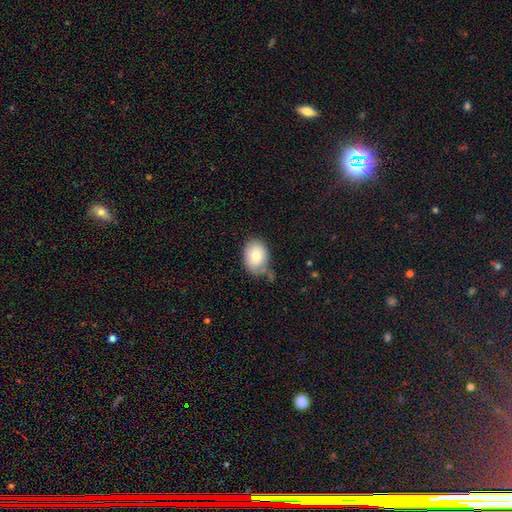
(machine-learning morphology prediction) Smooth or featured?
  - smooth: 80% *
  - featured or disk: 12%
  - star or artifact: 7%
How rounded?
  - in between: 68% *
  - round: 31%
  - cigar-shaped: 1%
Merging?
  - none: 60% *
  - minor disturbance: 27%
  - major disturbance: 7%
  - merger: 6%